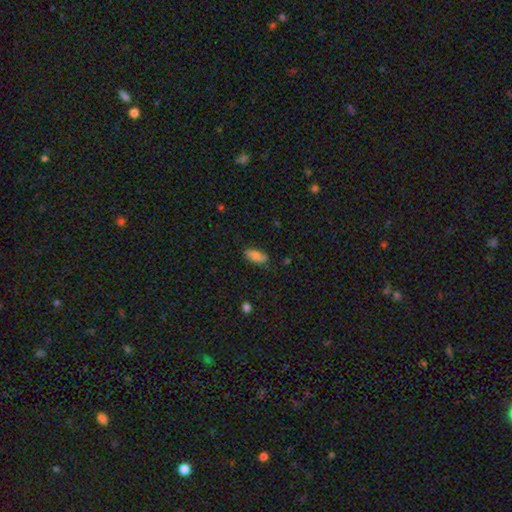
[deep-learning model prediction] smooth-or-featured: smooth: 79% | featured or disk: 14% | star or artifact: 7%
  how-rounded: in between: 84% | cigar-shaped: 13% | round: 3%
  merging: none: 76% | minor disturbance: 19% | major disturbance: 4% | merger: 2%